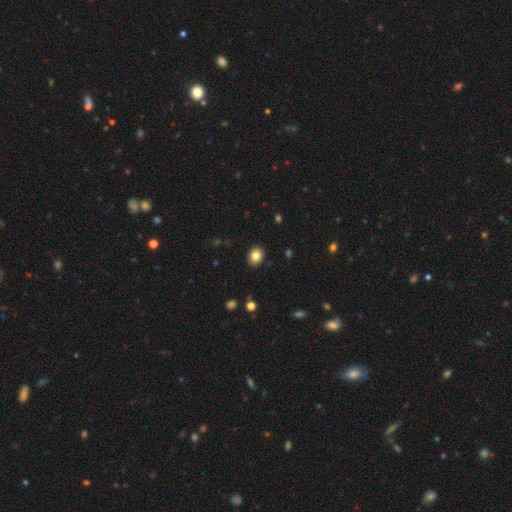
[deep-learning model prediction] Smooth or featured? Predicted: smooth (p=0.83). How rounded? Predicted: in between (p=0.56). Merging? Predicted: none (p=0.89).